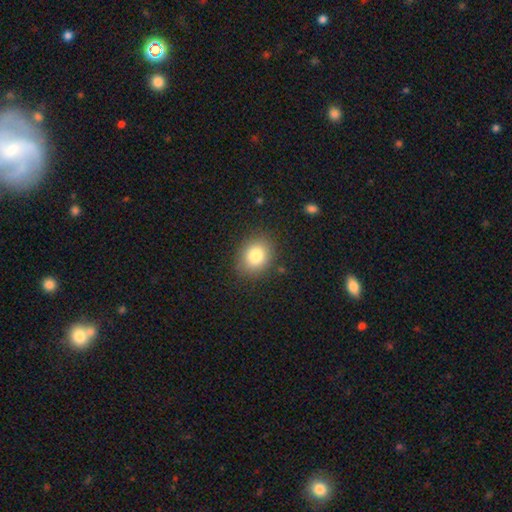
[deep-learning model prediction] Smooth or featured: smooth — 82% (star or artifact — 10%)
How rounded: round — 55% (in between — 44%)
Merging: none — 85% (minor disturbance — 10%)